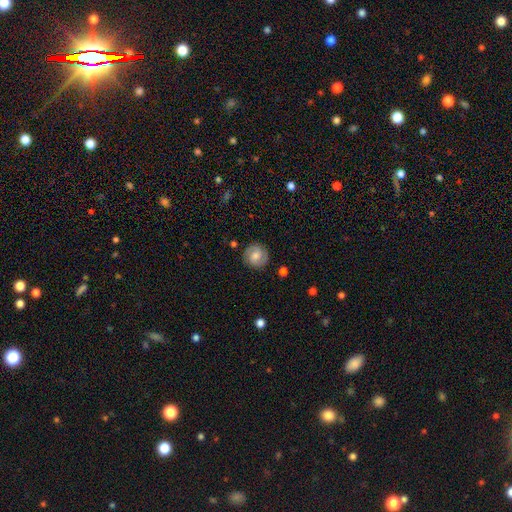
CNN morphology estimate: The model was most divided on "bar": no: 53%, weak: 39%, strong: 8%. More confident: edge-on disk — no (98%); spiral arms — yes (92%); spiral arm count — 2 (86%); merging — none (86%); smooth or featured — featured or disk (62%); bulge size — moderate (56%); spiral winding — tight (53%).